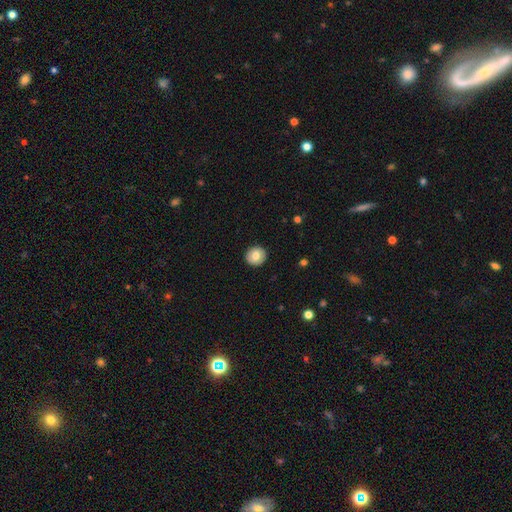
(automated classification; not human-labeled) Morphology: type=smooth (76%); roundness=round (92%); merging=none (92%).